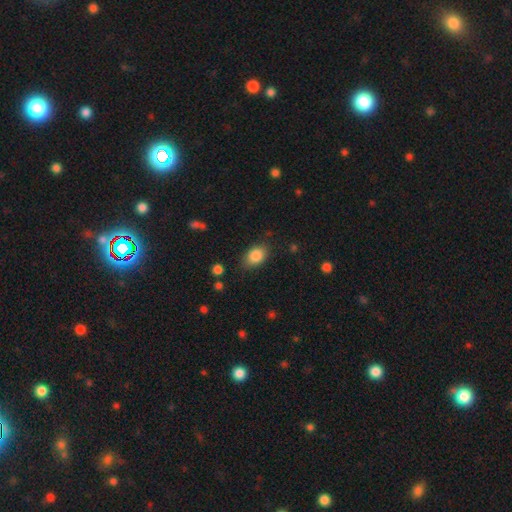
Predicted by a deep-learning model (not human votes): smooth_or_featured: smooth (p=0.86) [alt: star or artifact p=0.08]
how_rounded: in between (p=0.80) [alt: round p=0.18]
merging: none (p=0.78) [alt: minor disturbance p=0.16]